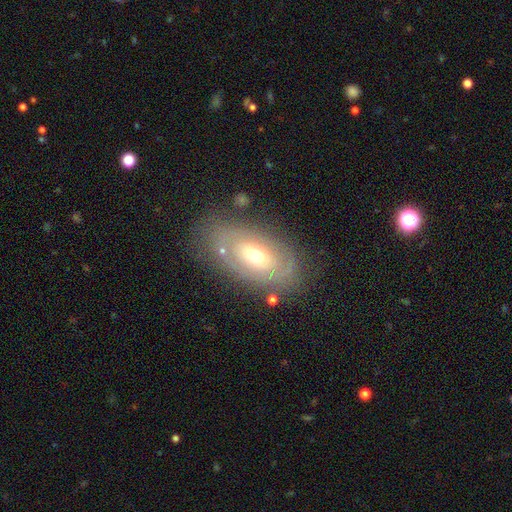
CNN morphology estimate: A featured or disk galaxy (59%) with no bar (79%), no spiral arms (57%) and a moderate central bulge (55%).

Vote fractions:
- Smooth or featured? featured or disk: 59% / smooth: 33% / star or artifact: 7%
- Edge-on disk? no: 90% / yes: 10%
- Bar? no: 79% / weak: 16% / strong: 5%
- Spiral arms? no: 57% / yes: 43%
- Bulge size? moderate: 55% / small: 38% / large: 4% / dominant: 1% / none: 1%
- Merging? none: 75% / minor disturbance: 16% / major disturbance: 6% / merger: 3%